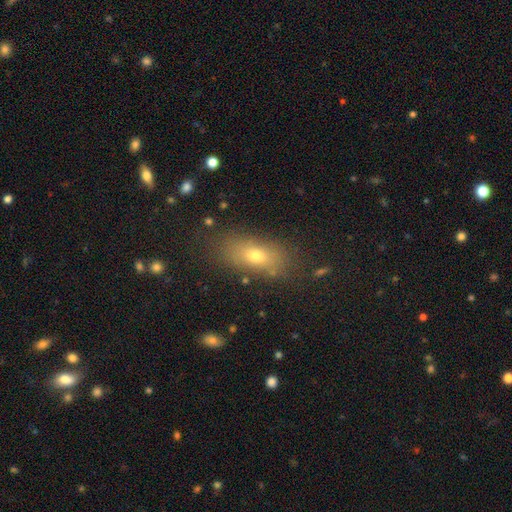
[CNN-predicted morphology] This appears to be a smooth galaxy with no disk features (70%) that is in between round and cigar-shaped (78%). Merging: none (77%).